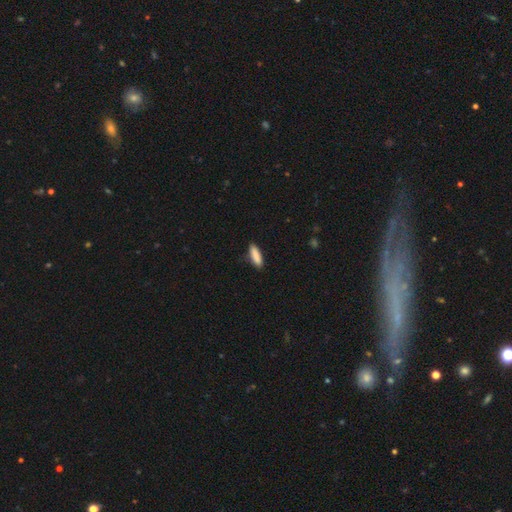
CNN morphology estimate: A smooth galaxy with no disk features (89%) that is cigar-shaped (54%). Merging: none (86%).